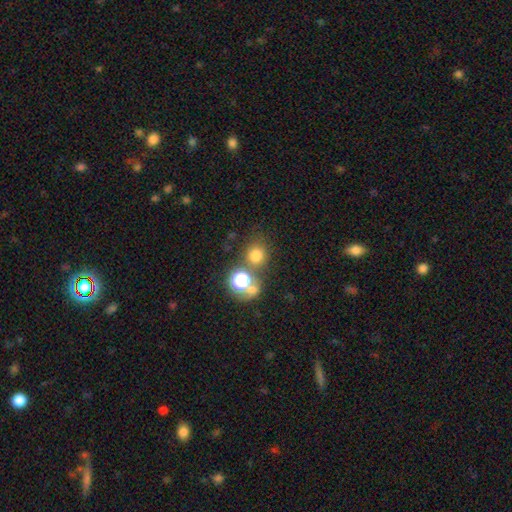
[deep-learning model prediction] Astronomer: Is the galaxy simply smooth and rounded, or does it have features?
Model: smooth — 72%.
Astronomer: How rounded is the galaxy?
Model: round — 86%.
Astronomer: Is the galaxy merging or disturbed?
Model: none — 67%.